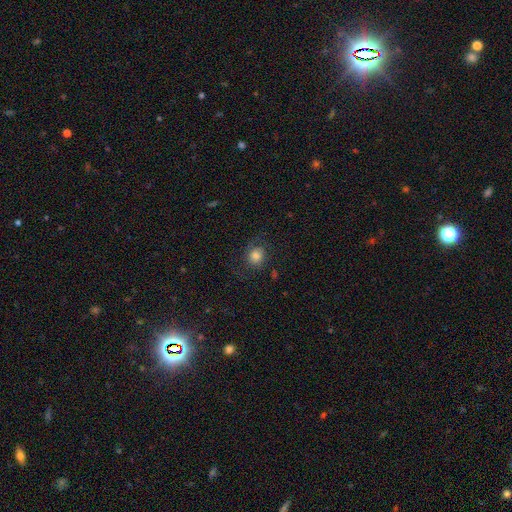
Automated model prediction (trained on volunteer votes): smooth_or_featured: smooth (p=0.70) [alt: featured or disk p=0.18]
how_rounded: round (p=0.78) [alt: in between p=0.21]
merging: none (p=0.69) [alt: minor disturbance p=0.17]